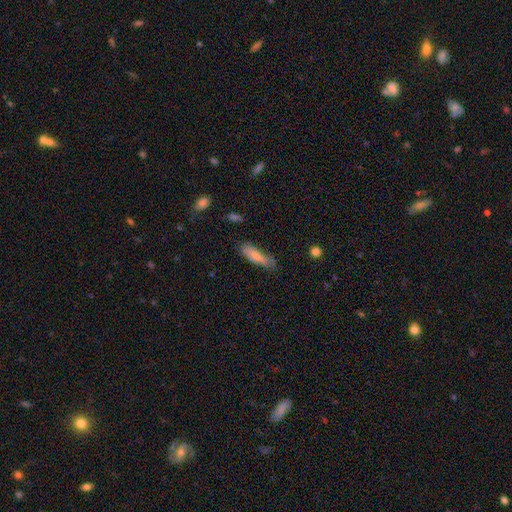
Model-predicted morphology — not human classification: Q: Smooth or featured?
A: smooth (74%); runner-up: featured or disk (19%)
Q: How rounded?
A: cigar-shaped (57%); runner-up: in between (41%)
Q: Merging?
A: none (64%); runner-up: minor disturbance (27%)